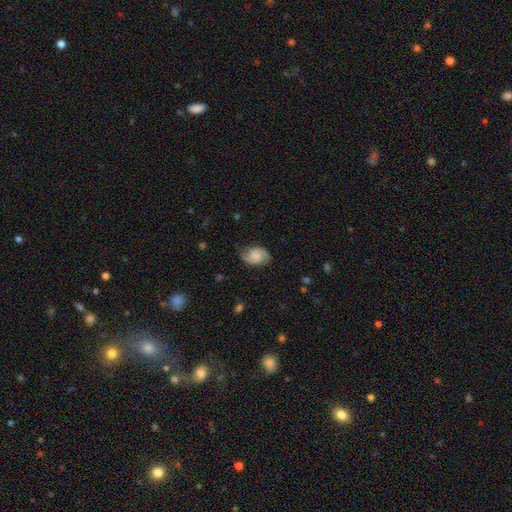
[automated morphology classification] smooth-or-featured: featured or disk: 52% | smooth: 39% | star or artifact: 8%
  disk-edge-on: no: 97% | yes: 3%
    bar: no: 61% | weak: 32% | strong: 6%
    has-spiral-arms: yes: 92% | no: 8%
    bulge-size: none: 40% | small: 25% | moderate: 18% | large: 12% | dominant: 4%
  merging: none: 71% | minor disturbance: 21% | major disturbance: 7% | merger: 1%